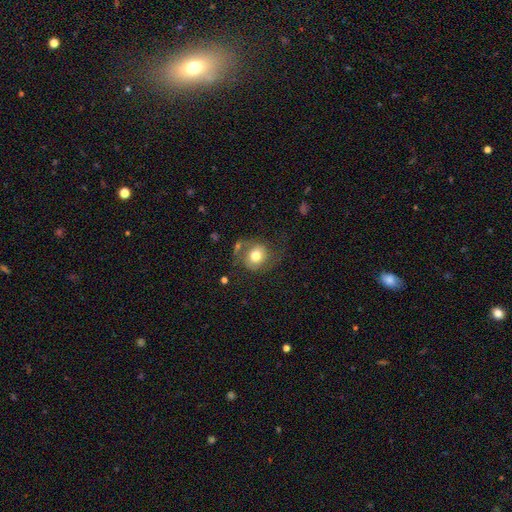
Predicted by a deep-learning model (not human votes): This is possibly a smooth galaxy (56%). How rounded: likely round (73%). Merging: possibly none (52%).